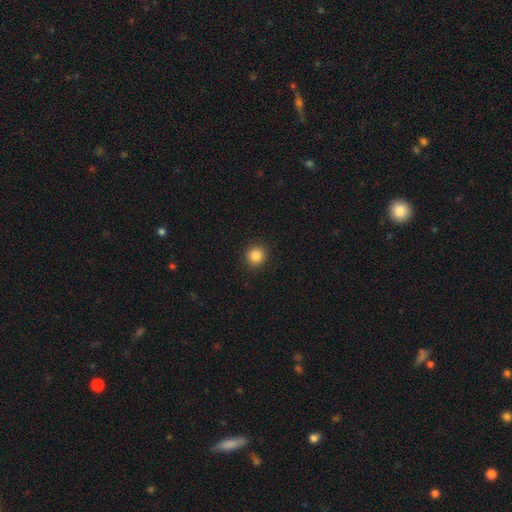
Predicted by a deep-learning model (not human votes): A smooth galaxy with no disk features (86%) that is round (91%). Merging: none (92%).